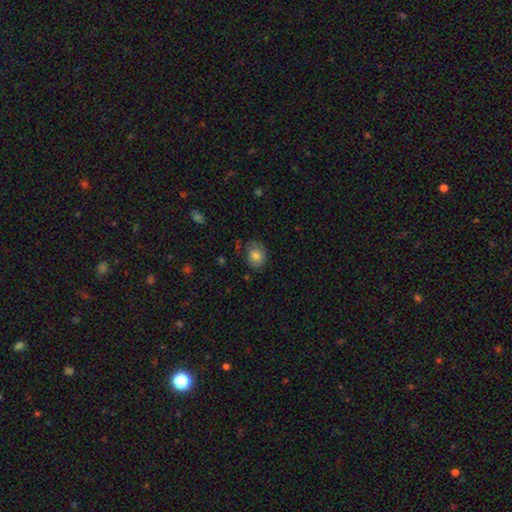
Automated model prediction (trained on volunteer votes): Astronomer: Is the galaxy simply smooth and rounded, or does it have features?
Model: smooth — 81%.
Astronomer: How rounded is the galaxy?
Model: round — 54% (runner-up: in between, 45%).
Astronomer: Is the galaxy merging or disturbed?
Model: none — 73%.